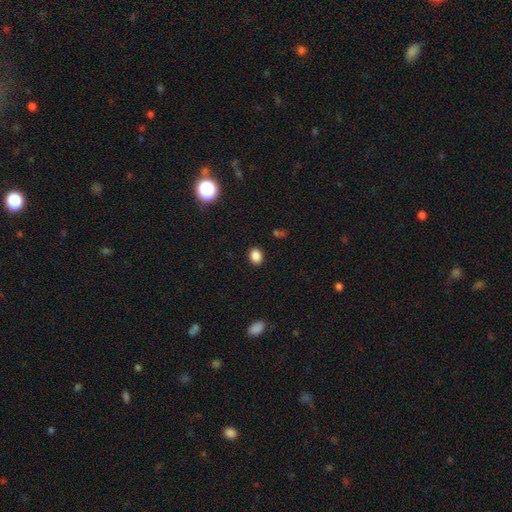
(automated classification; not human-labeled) A smooth galaxy with no disk features (86%) that is in between round and cigar-shaped (54%). Merging: none (89%).